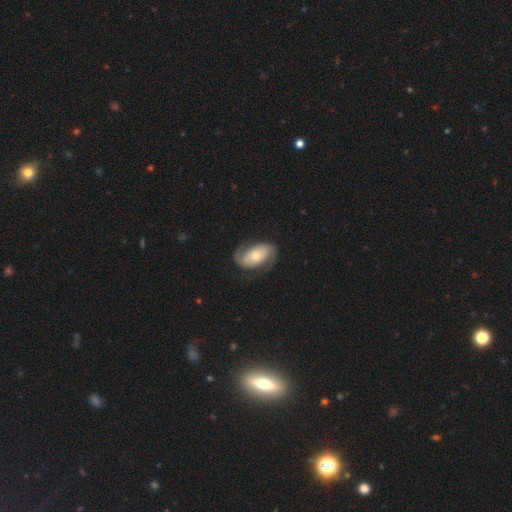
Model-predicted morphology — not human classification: The model was most divided on "spiral winding": medium: 41%, loose: 31%, tight: 28%. More confident: edge-on disk — no (96%); spiral arms — yes (90%); spiral arm count — 2 (89%); merging — none (75%); smooth or featured — featured or disk (74%); bulge size — moderate (60%); bar — no (57%).